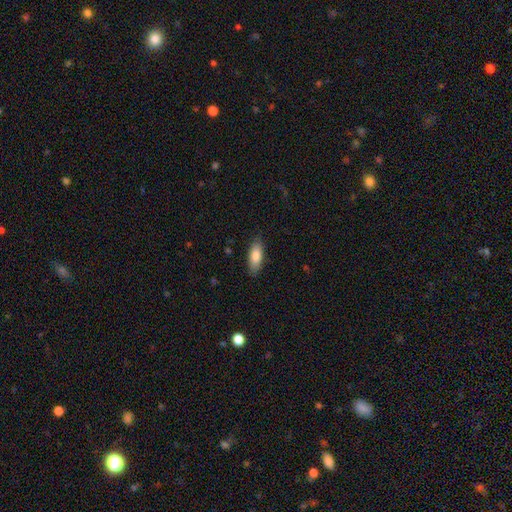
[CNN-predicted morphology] type=smooth (83%); roundness=in between (75%); merging=none (86%).